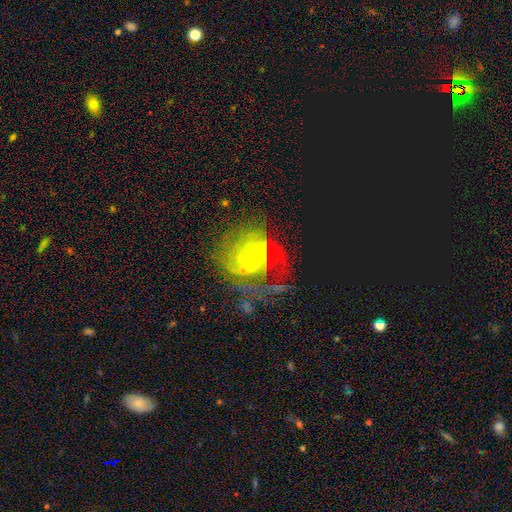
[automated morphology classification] Overall: featured or disk (77%). Edge-on disk: no (98%). Bar: no (73%). Spiral arms: yes (81%). Spiral arm count: can't tell (36%; 2 31%). Spiral winding: medium (40%; tight 39%). Bulge size: small (72%). Merging: none (41%; major disturbance 35%).